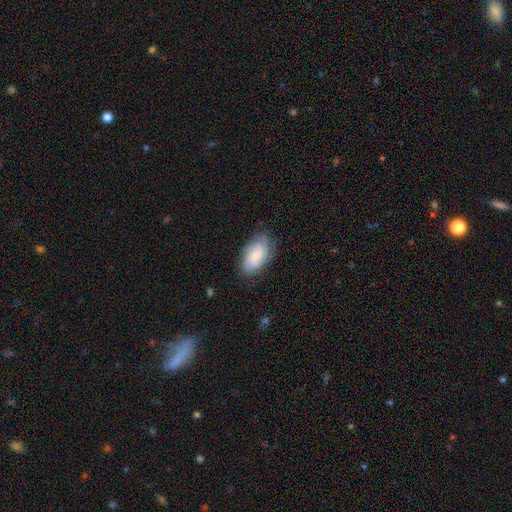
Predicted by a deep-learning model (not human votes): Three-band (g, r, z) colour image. It shows a smooth galaxy with no disk features (50%) that is in between round and cigar-shaped (92%). Merging: none (75%).